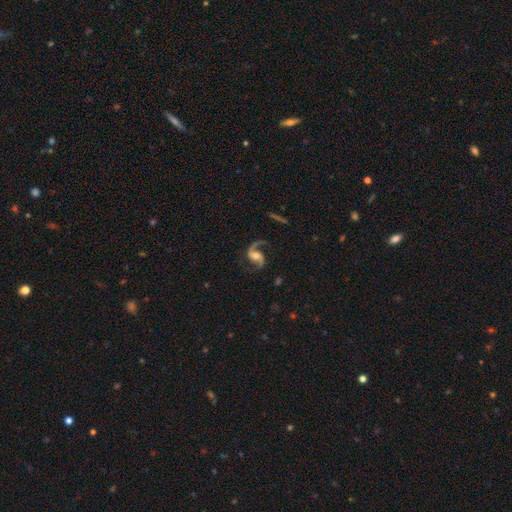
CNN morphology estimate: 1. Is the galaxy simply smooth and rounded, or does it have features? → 91% featured or disk, 5% star or artifact, 4% smooth.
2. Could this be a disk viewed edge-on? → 98% no, 2% yes.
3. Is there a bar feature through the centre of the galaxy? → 49% no, 34% weak, 17% strong.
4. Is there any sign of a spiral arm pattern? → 98% yes, 2% no.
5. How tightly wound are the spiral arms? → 54% loose, 39% medium, 7% tight.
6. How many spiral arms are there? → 91% 2, 5% 1, 1% can't tell, 1% 3, 1% 4, 1% more than 4.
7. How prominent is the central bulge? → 67% moderate, 23% small, 7% large, 2% none, 1% dominant.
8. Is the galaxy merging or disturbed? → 76% none, 13% minor disturbance, 9% major disturbance, 2% merger.